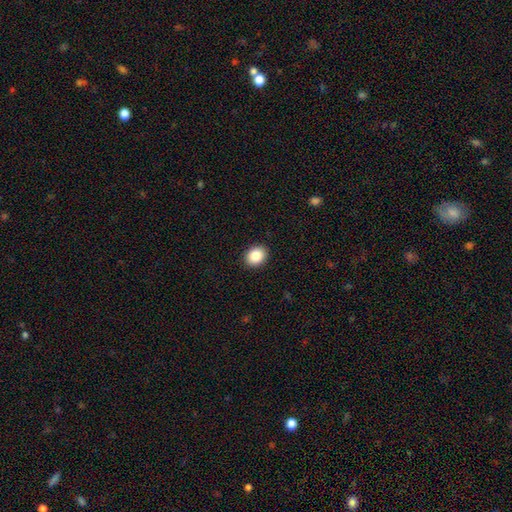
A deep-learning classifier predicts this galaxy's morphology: smooth 87%, star or artifact 8%, featured or disk 5%. Down the decision tree: how rounded — in between (53%); merging — none (91%).